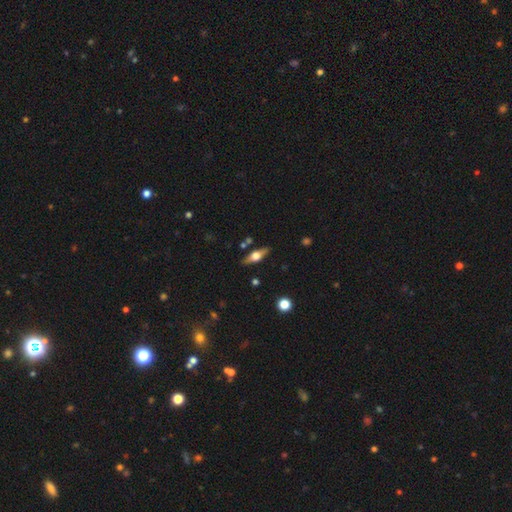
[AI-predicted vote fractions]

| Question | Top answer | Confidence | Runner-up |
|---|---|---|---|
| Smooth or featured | featured or disk | 56% | smooth (37%) |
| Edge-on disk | yes | 90% | no (10%) |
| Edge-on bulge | rounded | 93% | boxy (5%) |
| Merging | none | 83% | minor disturbance (12%) |